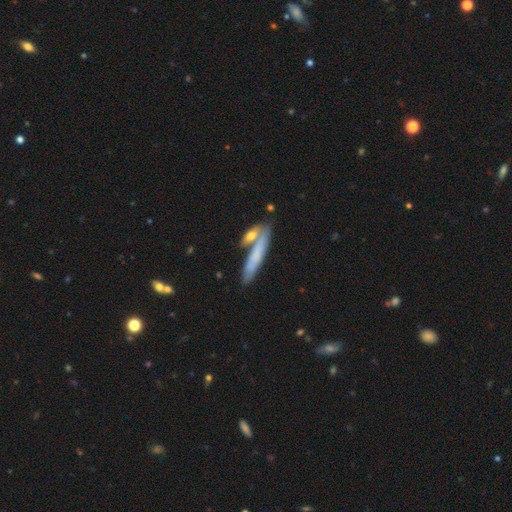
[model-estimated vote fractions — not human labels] Smooth or featured? smooth (63%)
How rounded? cigar-shaped (83%)
Merging? none (57%)